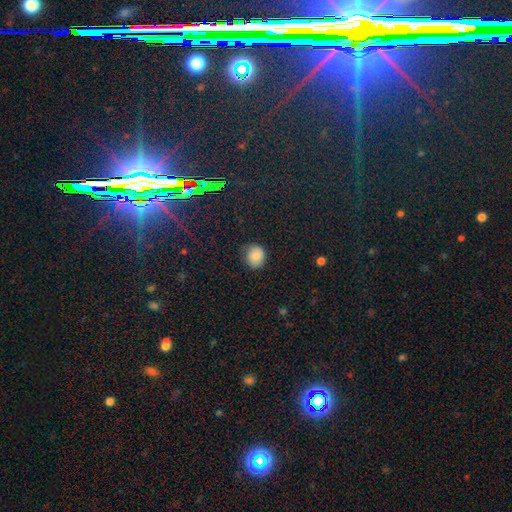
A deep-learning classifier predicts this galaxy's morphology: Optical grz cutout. It shows a smooth galaxy with no disk features (82%) that is round (81%). Merging: none (76%).